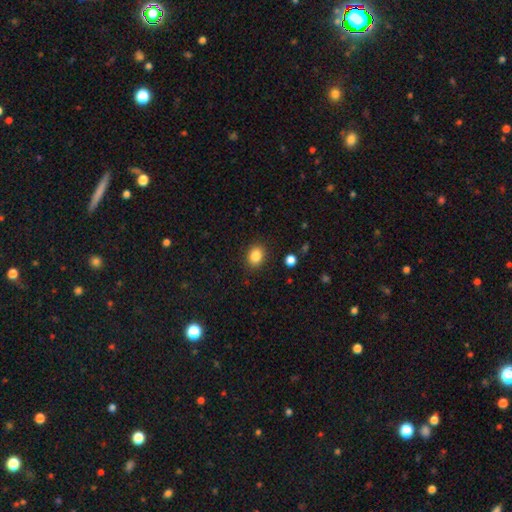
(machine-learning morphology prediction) smooth 86%, star or artifact 10%, featured or disk 4%. Down the decision tree: how rounded — in between (52%); merging — none (88%).